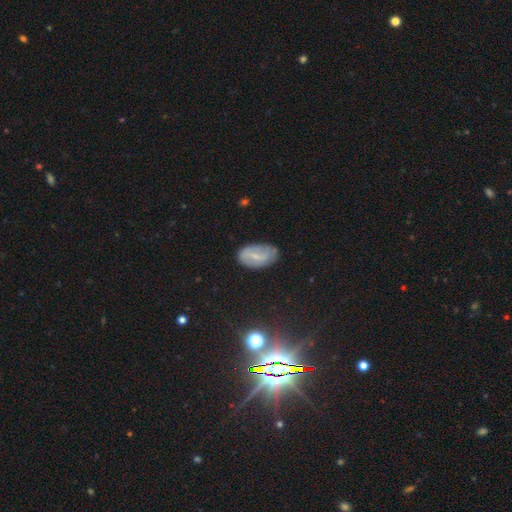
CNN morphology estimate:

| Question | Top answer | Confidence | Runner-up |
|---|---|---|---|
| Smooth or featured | featured or disk | 49% | smooth (41%) |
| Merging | none | 75% | minor disturbance (19%) |